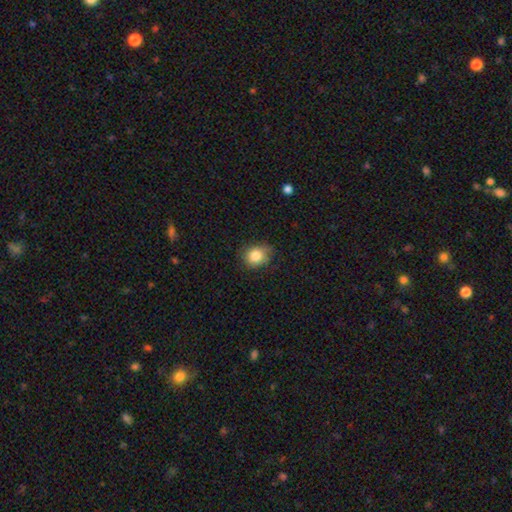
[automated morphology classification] Smooth or featured?
  - smooth: 83% *
  - star or artifact: 10%
  - featured or disk: 7%
How rounded?
  - round: 66% *
  - in between: 33%
  - cigar-shaped: 1%
Merging?
  - none: 75% *
  - minor disturbance: 20%
  - major disturbance: 4%
  - merger: 1%